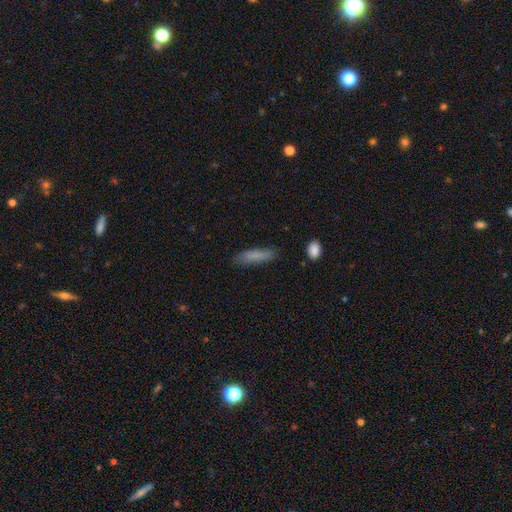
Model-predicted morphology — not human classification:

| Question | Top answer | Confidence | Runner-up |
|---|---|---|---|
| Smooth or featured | smooth | 82% | featured or disk (11%) |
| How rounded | cigar-shaped | 73% | in between (26%) |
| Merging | none | 81% | minor disturbance (14%) |